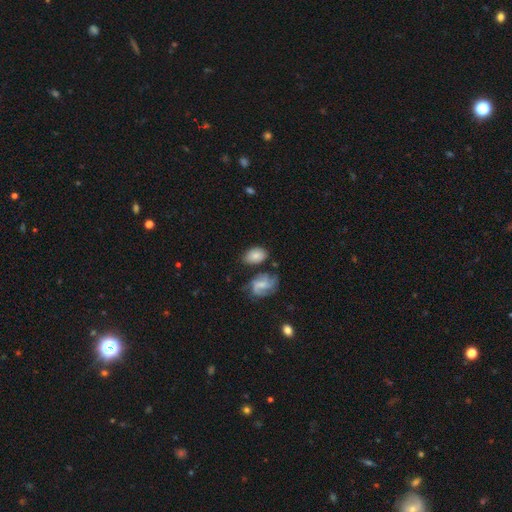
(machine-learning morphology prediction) Smooth or featured?
  - smooth: 66% *
  - featured or disk: 25%
  - star or artifact: 9%
How rounded?
  - in between: 80% *
  - round: 18%
  - cigar-shaped: 2%
Merging?
  - none: 61% *
  - minor disturbance: 20%
  - merger: 11%
  - major disturbance: 8%